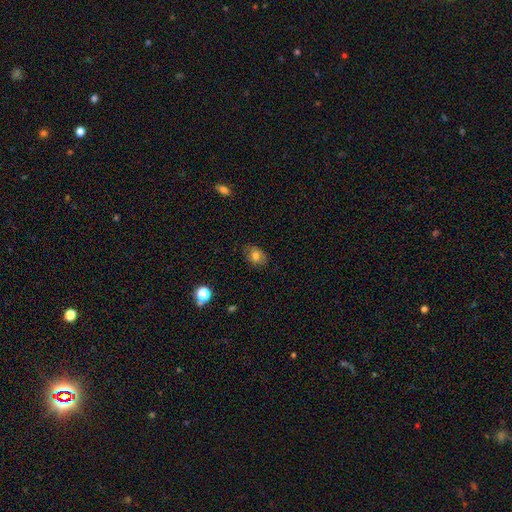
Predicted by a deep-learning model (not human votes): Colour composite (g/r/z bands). It shows a smooth galaxy with no disk features (77%) that is in between round and cigar-shaped (67%). Merging: none (80%).